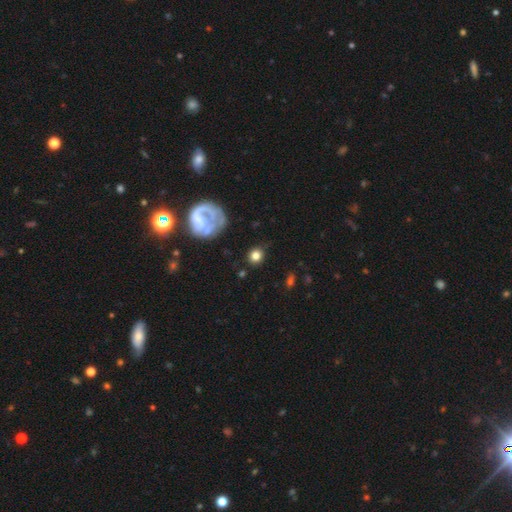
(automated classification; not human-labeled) Overall: smooth (73%). How rounded: round (84%). Merging: none (79%).